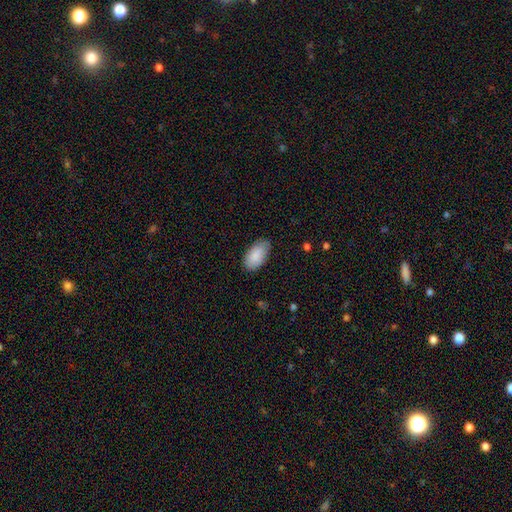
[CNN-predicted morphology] smooth_or_featured: smooth (p=0.88) [alt: featured or disk p=0.06]
how_rounded: in between (p=0.96) [alt: round p=0.03]
merging: none (p=0.80) [alt: minor disturbance p=0.16]